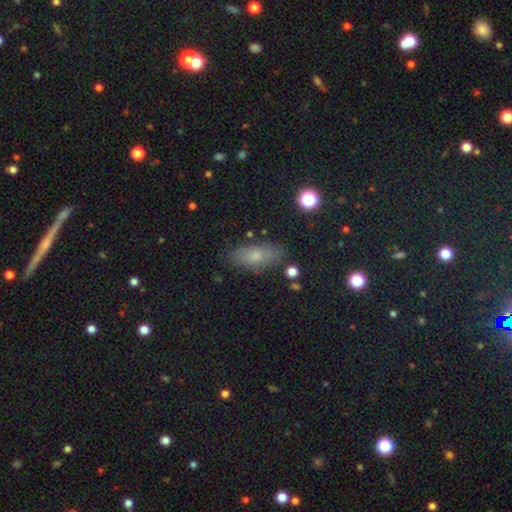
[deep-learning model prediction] smooth 71%, featured or disk 18%, star or artifact 11%. Down the decision tree: how rounded — in between (82%); merging — none (79%).